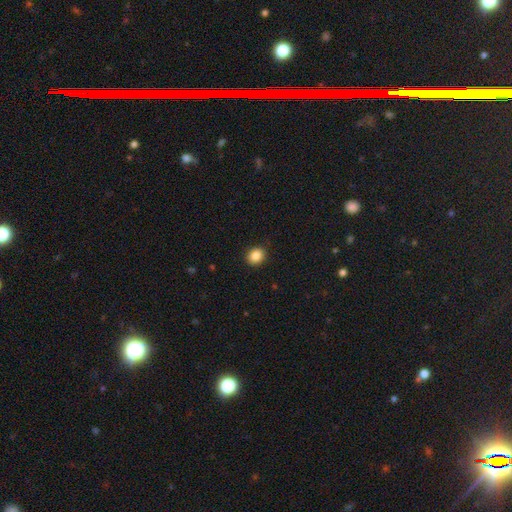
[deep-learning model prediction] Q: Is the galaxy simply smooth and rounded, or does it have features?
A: smooth — 87%.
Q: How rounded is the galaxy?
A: round — 70%.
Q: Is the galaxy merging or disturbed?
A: none — 90%.